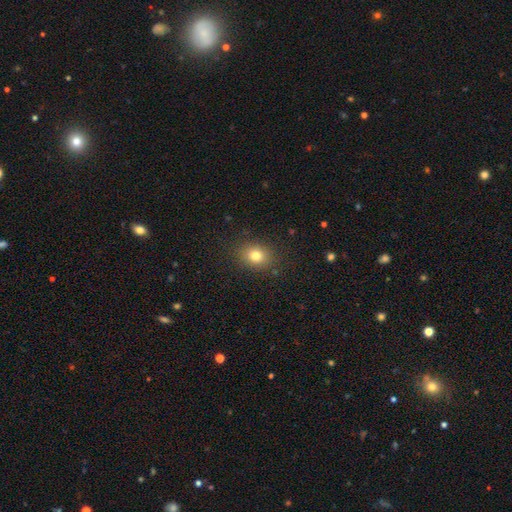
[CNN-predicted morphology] This appears to be a smooth galaxy with no disk features (79%) that is round (55%). Merging: none (86%).